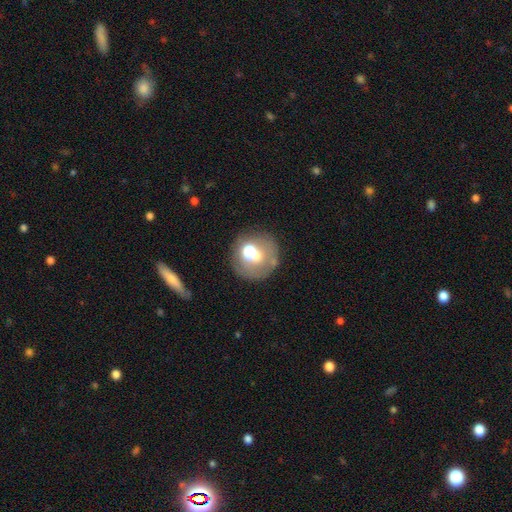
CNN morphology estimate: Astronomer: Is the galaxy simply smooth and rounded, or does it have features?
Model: smooth — 55% (runner-up: featured or disk, 32%).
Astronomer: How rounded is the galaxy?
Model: round — 87%.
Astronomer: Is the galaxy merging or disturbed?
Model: none — 59%.